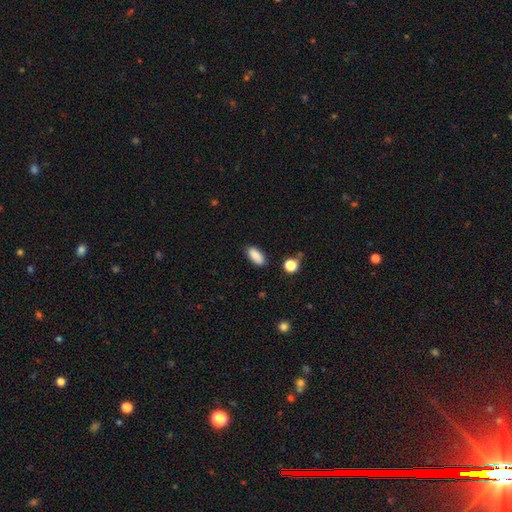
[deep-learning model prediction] Morphology: type=smooth (87%); roundness=in between (86%); merging=none (84%).